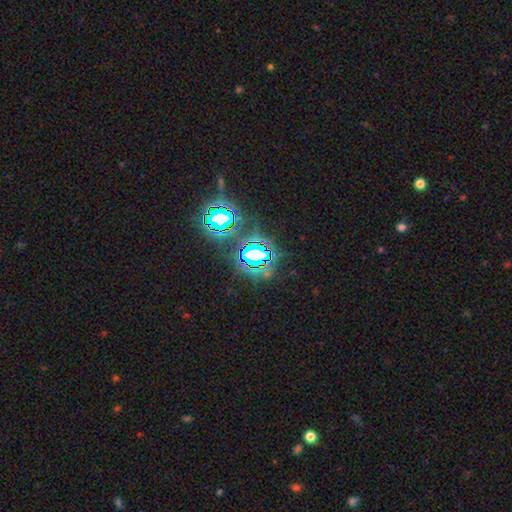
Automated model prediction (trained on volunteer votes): A star or artifact, not a galaxy (76%).